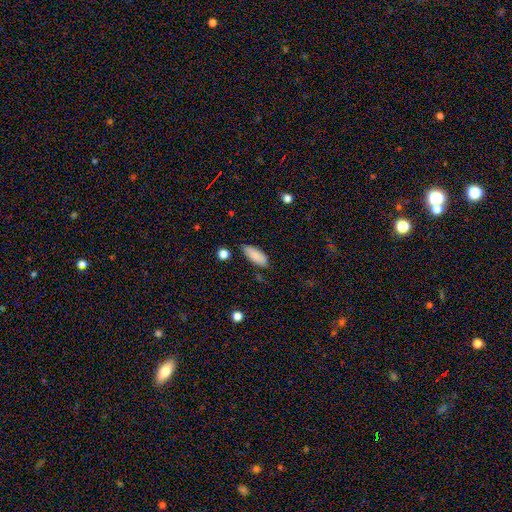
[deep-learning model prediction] This is clearly a smooth galaxy (87%). How rounded: likely in between (78%). Merging: likely none (75%).